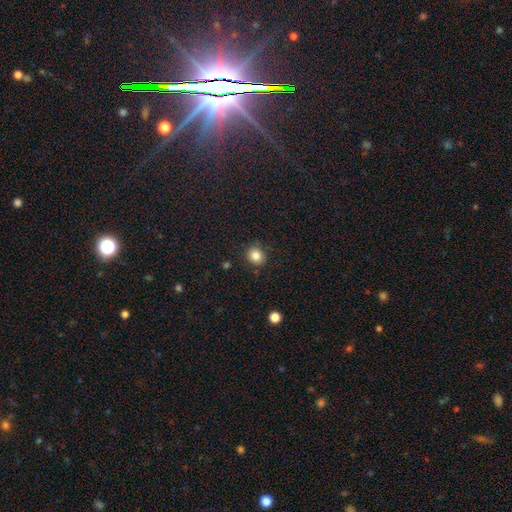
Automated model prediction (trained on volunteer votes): Overall: smooth (84%). How rounded: round (77%). Merging: none (86%).